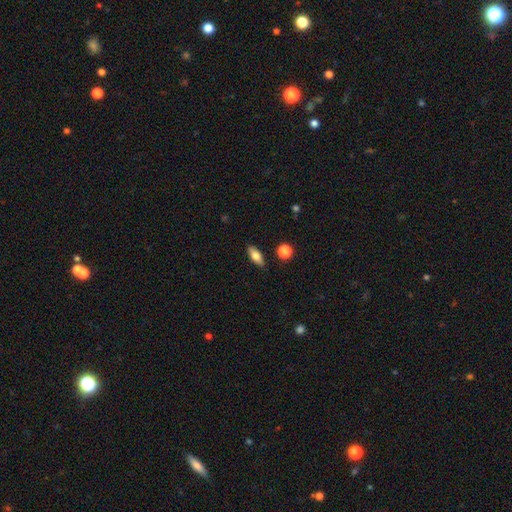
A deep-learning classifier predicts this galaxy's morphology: type=smooth (71%); roundness=in between (76%); merging=none (87%).